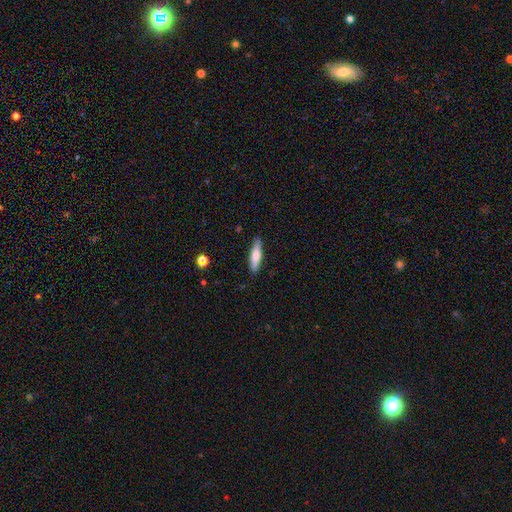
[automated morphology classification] smooth-or-featured: smooth: 70% | featured or disk: 24% | star or artifact: 6%
  how-rounded: cigar-shaped: 76% | in between: 23% | round: 2%
  merging: none: 87% | minor disturbance: 10% | major disturbance: 2% | merger: 1%